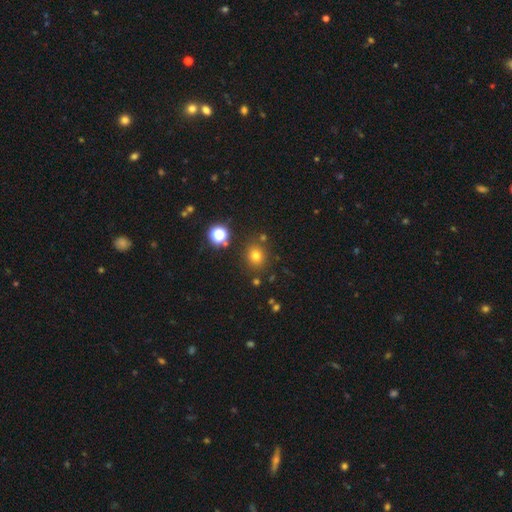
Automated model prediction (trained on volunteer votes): Smooth or featured? smooth (74%)
How rounded? round (78%)
Merging? none (82%)